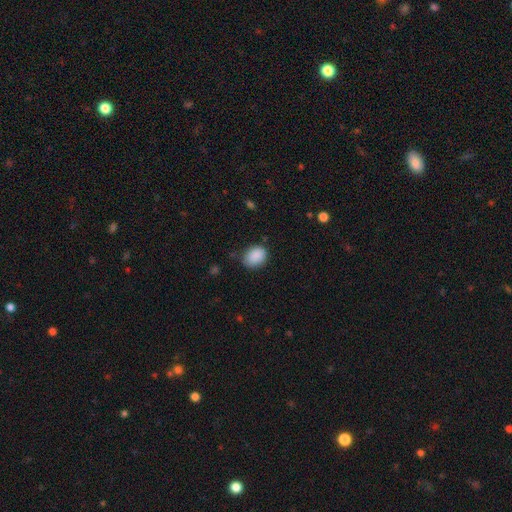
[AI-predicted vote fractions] This appears to be a smooth galaxy with no disk features (89%) that is in between round and cigar-shaped (65%). Merging: none (75%).